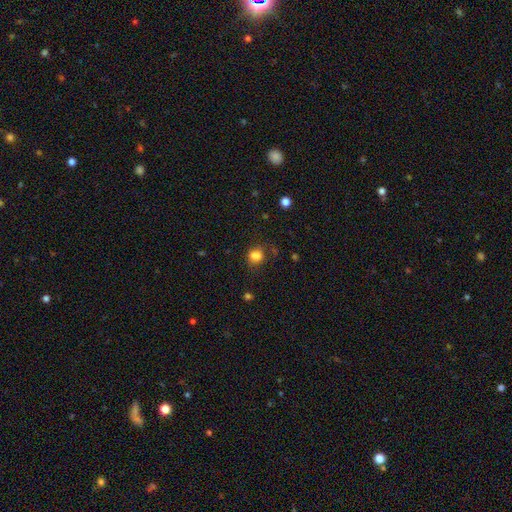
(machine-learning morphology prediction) Smooth or featured? Predicted: smooth (p=0.81). How rounded? Predicted: round (p=0.62). Merging? Predicted: none (p=0.64).